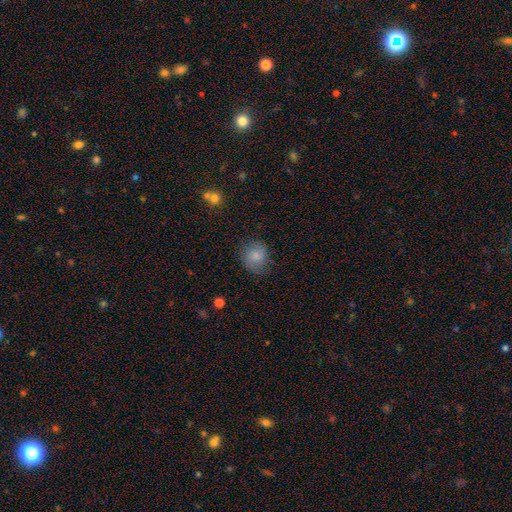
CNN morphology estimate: smooth 81%, featured or disk 10%, star or artifact 9%. Down the decision tree: how rounded — round (79%); merging — none (75%).